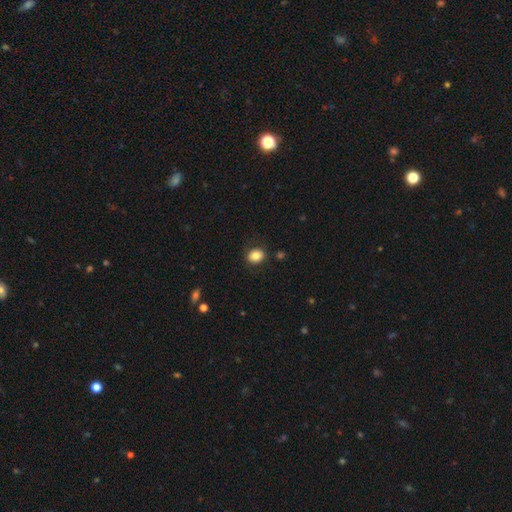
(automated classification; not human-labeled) This is clearly a smooth galaxy (82%). How rounded: possibly round (53%). Merging: clearly none (83%).